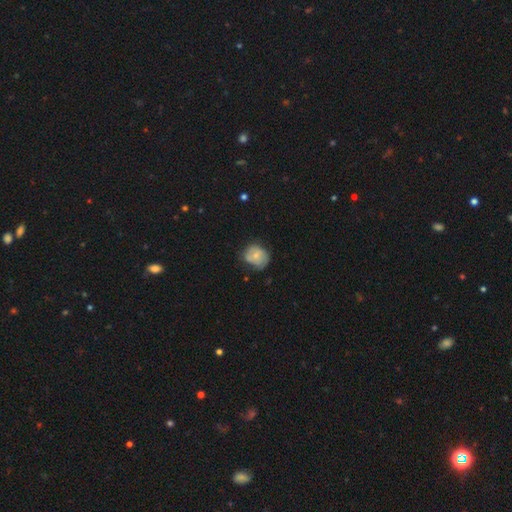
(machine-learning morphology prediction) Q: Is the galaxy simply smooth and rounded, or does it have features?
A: smooth — 57%.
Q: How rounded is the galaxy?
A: round — 61%.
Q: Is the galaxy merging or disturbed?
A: none — 51%.